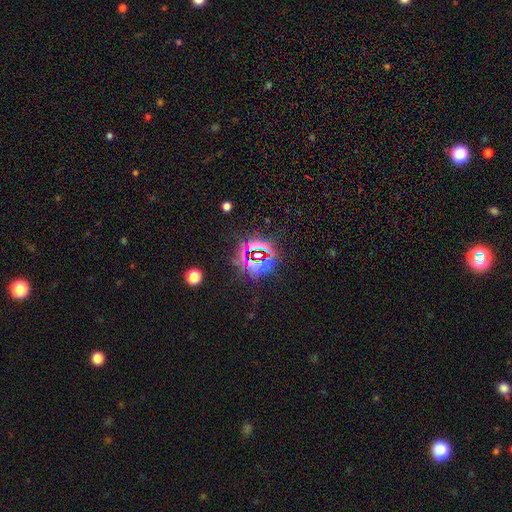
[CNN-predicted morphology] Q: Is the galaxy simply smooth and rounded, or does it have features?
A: star or artifact — 79%.